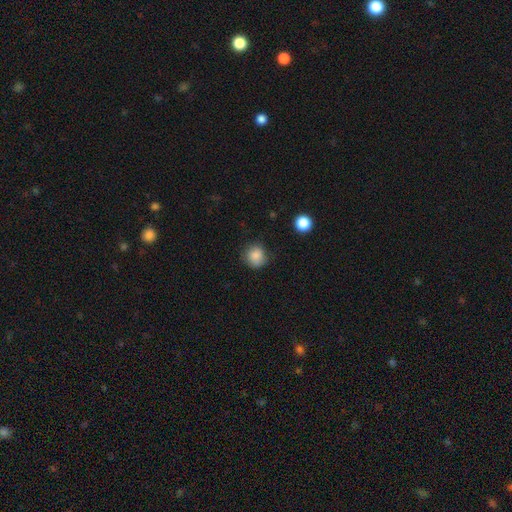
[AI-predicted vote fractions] Smooth or featured: smooth — 85% (star or artifact — 10%)
How rounded: round — 87% (in between — 12%)
Merging: none — 79% (minor disturbance — 16%)